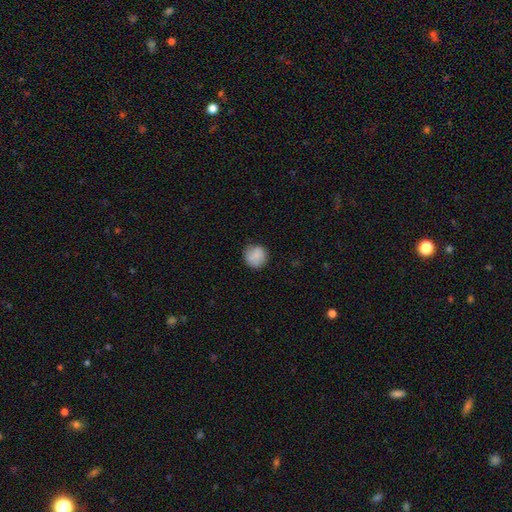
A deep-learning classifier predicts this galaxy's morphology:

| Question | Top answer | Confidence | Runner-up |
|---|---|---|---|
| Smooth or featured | smooth | 84% | featured or disk (9%) |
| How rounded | round | 90% | in between (9%) |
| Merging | none | 75% | minor disturbance (20%) |